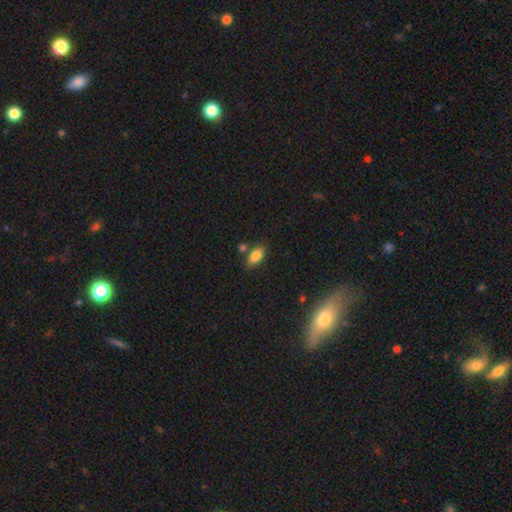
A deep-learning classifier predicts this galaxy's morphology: This is clearly a smooth galaxy (82%). How rounded: clearly in between (88%). Merging: likely none (72%).